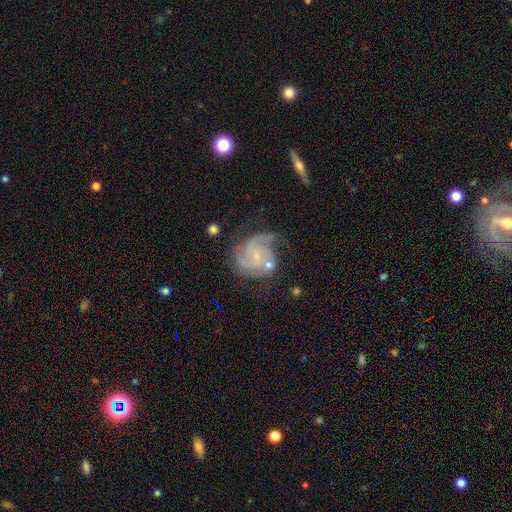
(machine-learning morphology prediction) Smooth or featured: featured or disk — 86% (smooth — 8%)
Edge-on disk: no — 98% (yes — 2%)
Bar: no — 61% (weak — 32%)
Spiral arms: yes — 97% (no — 3%)
Spiral winding: tight — 46% (medium — 43%)
Spiral arm count: 3 — 45% (2 — 22%)
Bulge size: small — 76% (moderate — 13%)
Merging: none — 57% (minor disturbance — 22%)